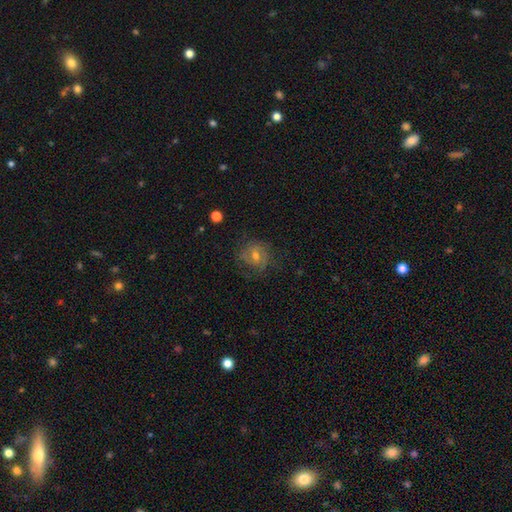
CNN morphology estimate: Smooth or featured?
  - featured or disk: 59% *
  - smooth: 27%
  - star or artifact: 14%
Edge-on disk?
  - no: 96% *
  - yes: 4%
Bar?
  - no: 47% *
  - weak: 41%
  - strong: 11%
Spiral arms?
  - yes: 80% *
  - no: 20%
Bulge size?
  - moderate: 59% *
  - small: 35%
  - large: 4%
  - none: 2%
  - dominant: 1%
Merging?
  - none: 73% *
  - minor disturbance: 16%
  - major disturbance: 9%
  - merger: 1%